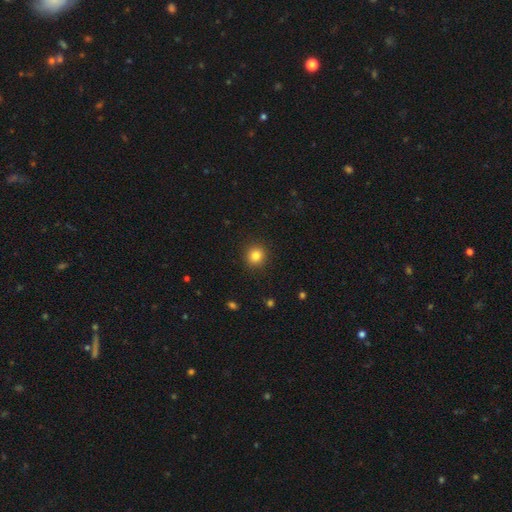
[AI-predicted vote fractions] Smooth or featured?
  - smooth: 83% *
  - star or artifact: 11%
  - featured or disk: 6%
How rounded?
  - round: 89% *
  - in between: 10%
  - cigar-shaped: 1%
Merging?
  - none: 91% *
  - minor disturbance: 6%
  - major disturbance: 2%
  - merger: 1%